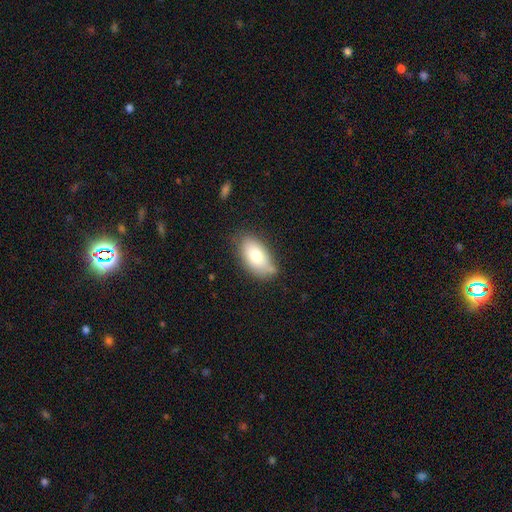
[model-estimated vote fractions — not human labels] A smooth galaxy with no disk features (75%) that is in between round and cigar-shaped (93%).

Vote fractions:
- Smooth or featured? smooth: 75% / featured or disk: 17% / star or artifact: 8%
- How rounded? in between: 93% / round: 4% / cigar-shaped: 3%
- Merging? none: 64% / minor disturbance: 25% / major disturbance: 6% / merger: 5%